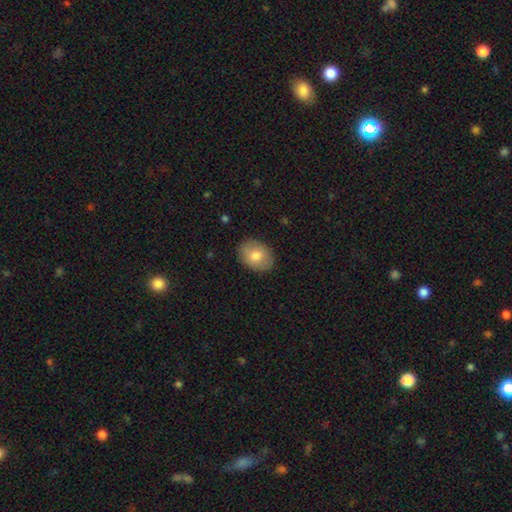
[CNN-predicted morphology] This is likely a smooth galaxy (76%). How rounded: likely in between (70%). Merging: clearly none (87%).